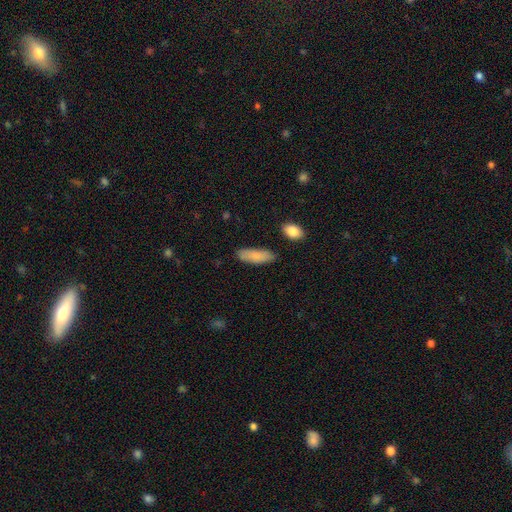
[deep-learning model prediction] Smooth or featured? Predicted: smooth (p=0.85). How rounded? Predicted: in between (p=0.65). Merging? Predicted: none (p=0.83).